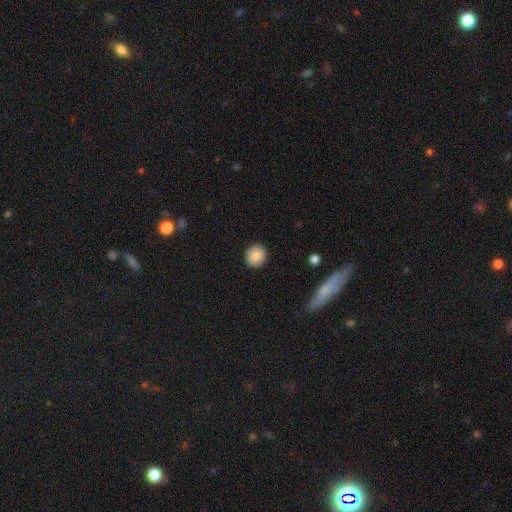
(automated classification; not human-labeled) Morphology: type=smooth (88%); roundness=round (85%); merging=none (91%).